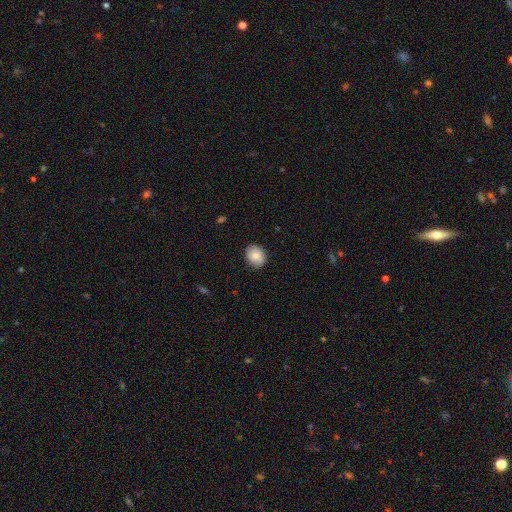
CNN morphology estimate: Smooth or featured? smooth (81%)
How rounded? round (51%)
Merging? none (85%)